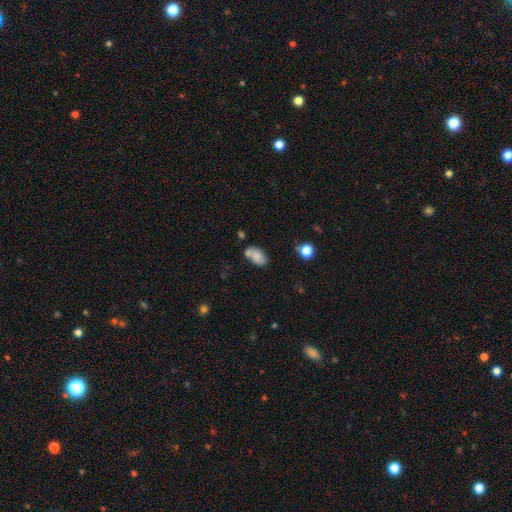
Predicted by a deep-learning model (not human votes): Smooth or featured: smooth — 73% (featured or disk — 18%)
How rounded: in between — 88% (round — 11%)
Merging: none — 42% (merger — 29%)